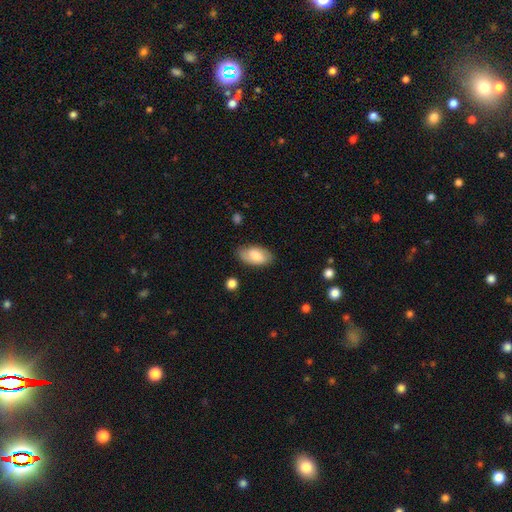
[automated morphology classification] smooth 65%, featured or disk 28%, star or artifact 7%. Down the decision tree: how rounded — in between (94%); merging — none (78%).